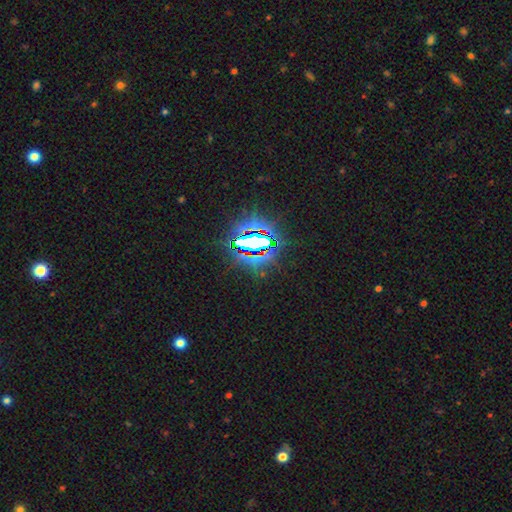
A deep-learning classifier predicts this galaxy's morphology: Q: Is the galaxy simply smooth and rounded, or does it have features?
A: star or artifact — 83%.